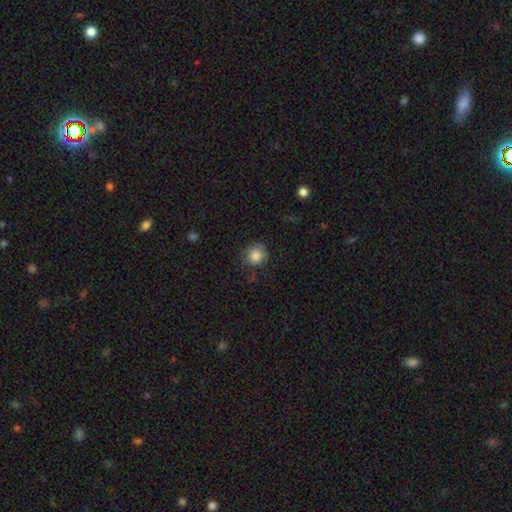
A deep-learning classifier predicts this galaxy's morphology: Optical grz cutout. It shows a smooth galaxy with no disk features (86%) that is round (82%). Merging: none (75%).